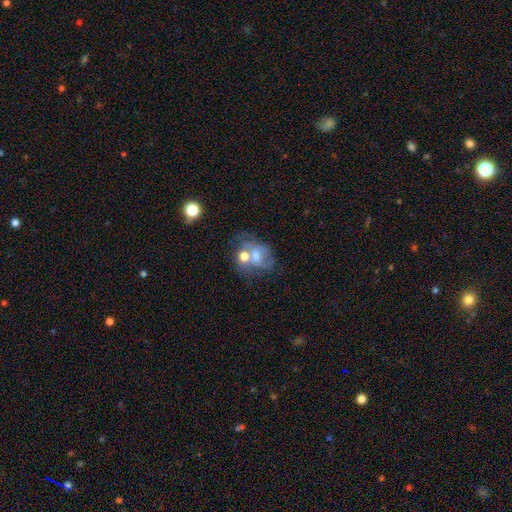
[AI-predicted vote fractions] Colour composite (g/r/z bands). It shows a featured or disk galaxy (46%). Merging: merger (48%).